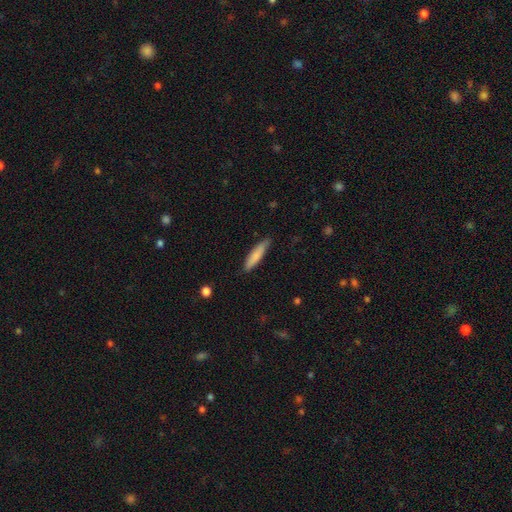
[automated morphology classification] smooth 79%, featured or disk 15%, star or artifact 6%. Down the decision tree: how rounded — cigar-shaped (82%); merging — none (85%).